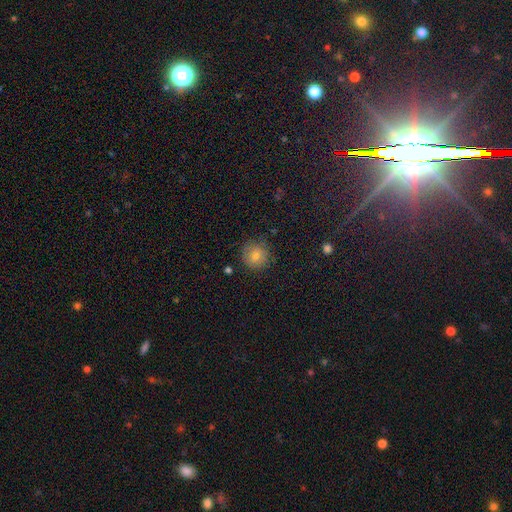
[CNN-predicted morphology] Smooth or featured? Predicted: smooth (p=0.70). How rounded? Predicted: round (p=0.93). Merging? Predicted: none (p=0.84).